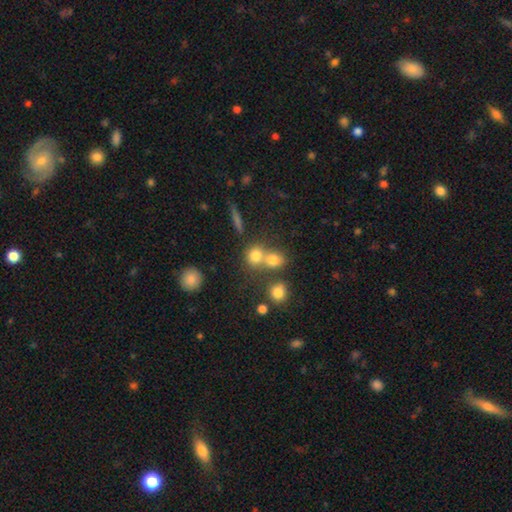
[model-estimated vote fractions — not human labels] Q: Smooth or featured?
A: smooth (76%); runner-up: star or artifact (14%)
Q: How rounded?
A: round (80%); runner-up: in between (18%)
Q: Merging?
A: merger (47%); runner-up: none (43%)